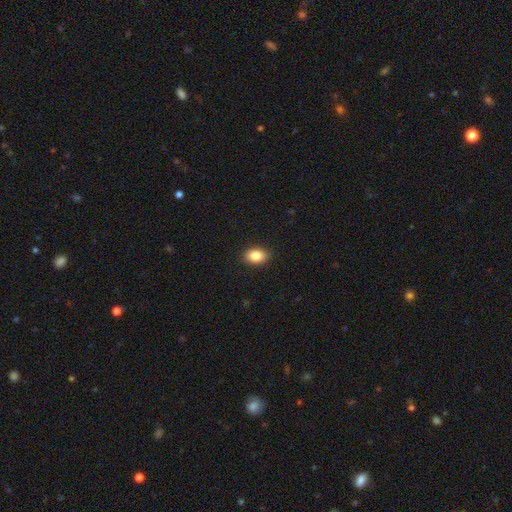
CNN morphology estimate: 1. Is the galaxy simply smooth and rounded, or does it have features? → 86% smooth, 8% star or artifact, 6% featured or disk.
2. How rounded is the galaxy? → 78% in between, 20% round, 1% cigar-shaped.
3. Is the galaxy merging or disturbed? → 89% none, 8% minor disturbance, 2% major disturbance, 1% merger.